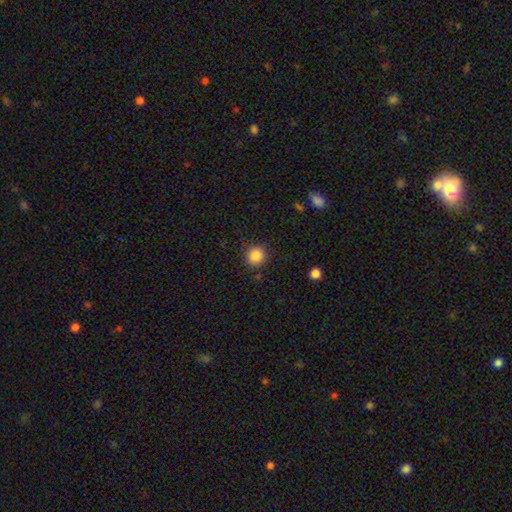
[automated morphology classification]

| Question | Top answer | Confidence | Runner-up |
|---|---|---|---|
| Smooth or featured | smooth | 86% | star or artifact (10%) |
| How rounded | round | 93% | in between (6%) |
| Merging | none | 89% | minor disturbance (7%) |